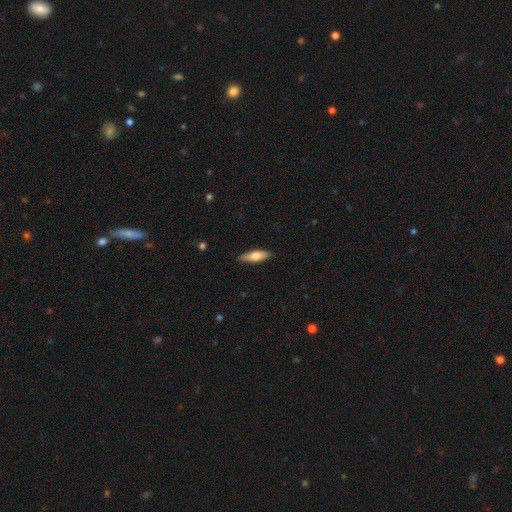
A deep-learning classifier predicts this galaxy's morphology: This is likely a smooth galaxy (68%). How rounded: possibly cigar-shaped (59%). Merging: clearly none (86%).